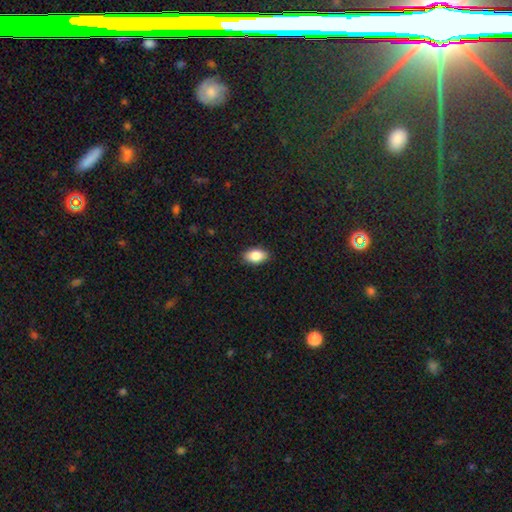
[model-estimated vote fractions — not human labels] This is clearly a smooth galaxy (87%). How rounded: clearly in between (92%). Merging: clearly none (88%).